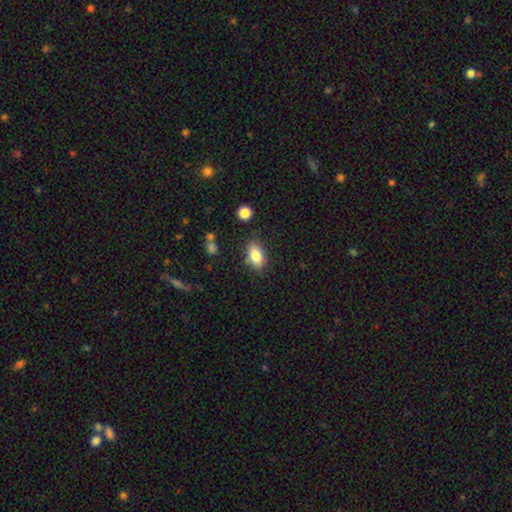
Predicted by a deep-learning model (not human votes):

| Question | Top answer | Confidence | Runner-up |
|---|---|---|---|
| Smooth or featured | smooth | 82% | featured or disk (10%) |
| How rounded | in between | 89% | round (7%) |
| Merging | none | 81% | minor disturbance (13%) |